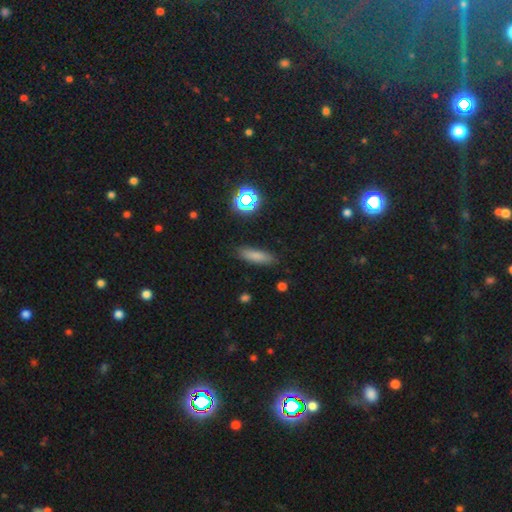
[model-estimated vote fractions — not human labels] Smooth or featured?
  - smooth: 77% *
  - star or artifact: 13%
  - featured or disk: 10%
How rounded?
  - cigar-shaped: 61% *
  - in between: 36%
  - round: 3%
Merging?
  - none: 86% *
  - minor disturbance: 10%
  - major disturbance: 3%
  - merger: 2%